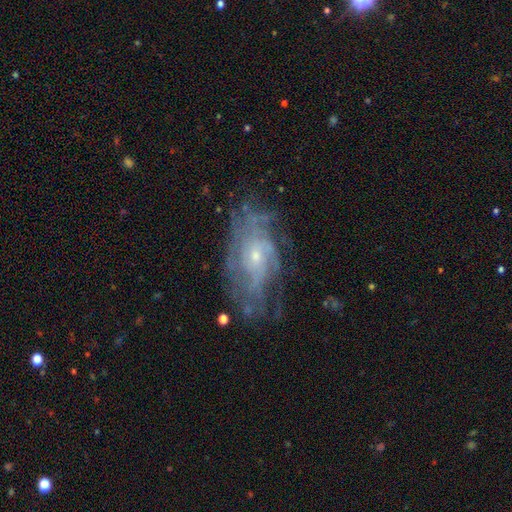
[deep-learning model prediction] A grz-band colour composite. It shows a featured or disk galaxy (80%) with no bar (73%), tight (57%) spiral arms (87%) and a small central bulge (72%). Merging: none (68%).